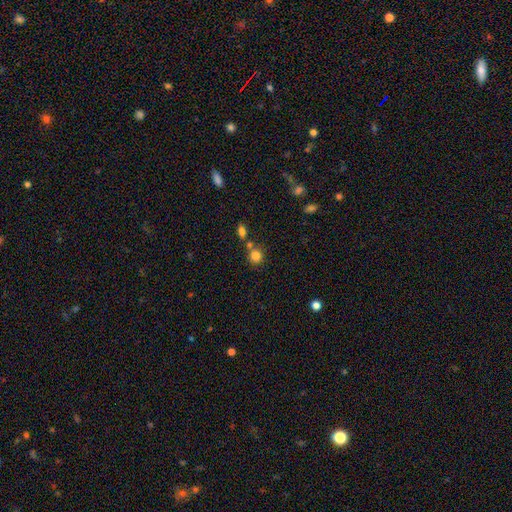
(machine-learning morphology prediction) Smooth or featured? Predicted: smooth (p=0.82). How rounded? Predicted: round (p=0.85). Merging? Predicted: none (p=0.64).